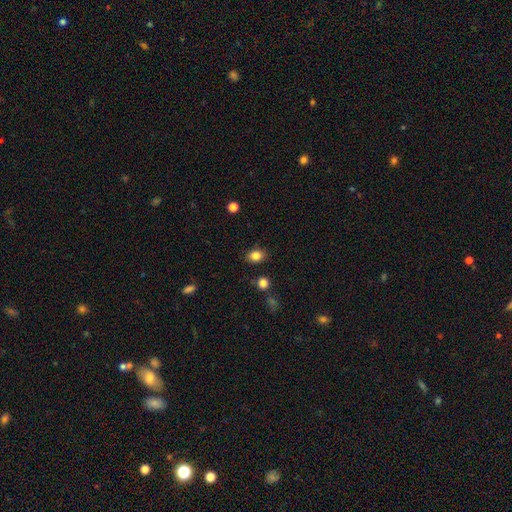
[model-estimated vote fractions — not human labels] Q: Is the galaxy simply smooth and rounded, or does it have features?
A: smooth — 84%.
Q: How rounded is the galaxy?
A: in between — 61%.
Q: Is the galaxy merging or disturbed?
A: none — 85%.